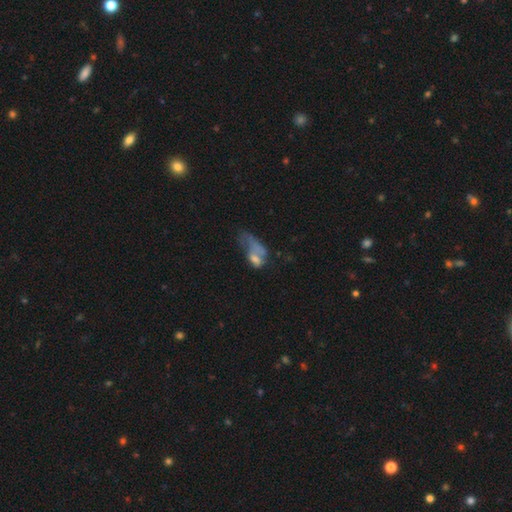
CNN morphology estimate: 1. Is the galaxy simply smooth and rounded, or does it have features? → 53% smooth, 34% featured or disk, 13% star or artifact.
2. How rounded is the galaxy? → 83% in between, 10% round, 7% cigar-shaped.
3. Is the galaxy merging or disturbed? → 53% major disturbance, 20% merger, 14% none, 13% minor disturbance.